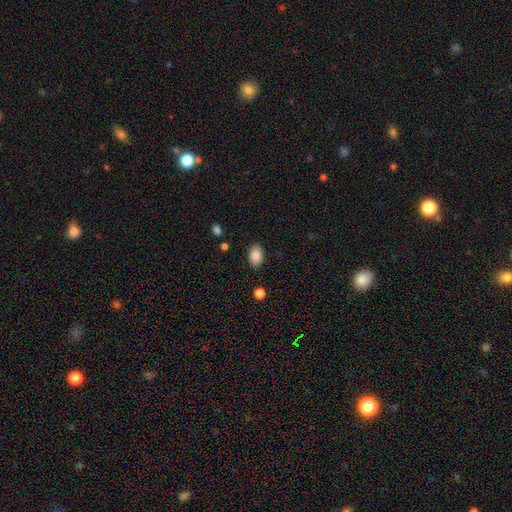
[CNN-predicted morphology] The model was most divided on "merging": none: 86%, minor disturbance: 10%, major disturbance: 3%, merger: 2%. More confident: how rounded — in between (89%); smooth or featured — smooth (87%).